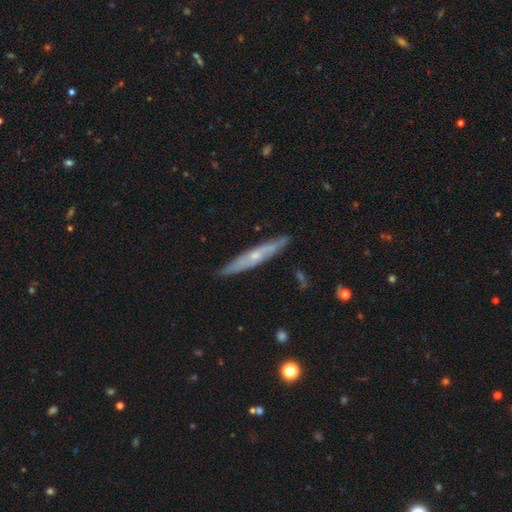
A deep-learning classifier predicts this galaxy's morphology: The model was most divided on "edge-on bulge": rounded: 60%, none: 36%, boxy: 3%. More confident: merging — none (87%); edge-on disk — yes (85%); smooth or featured — featured or disk (59%).